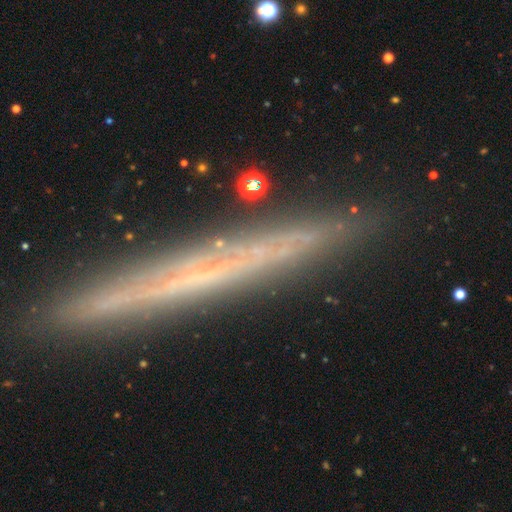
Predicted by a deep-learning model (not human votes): Smooth or featured? Predicted: featured or disk (p=0.60). Edge-on disk? Predicted: yes (p=0.90). Edge-on bulge? Predicted: none (p=0.74). Merging? Predicted: none (p=0.86).